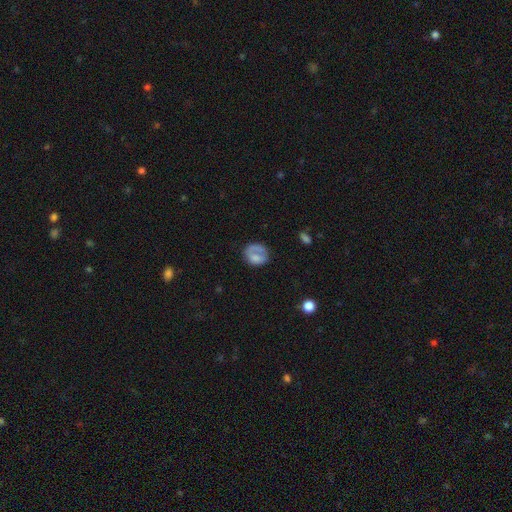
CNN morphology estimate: A smooth galaxy with no disk features (61%) that is round (57%).

Vote fractions:
- Smooth or featured? smooth: 61% / featured or disk: 30% / star or artifact: 9%
- How rounded? round: 57% / in between: 41% / cigar-shaped: 1%
- Merging? none: 47% / major disturbance: 26% / minor disturbance: 24% / merger: 4%